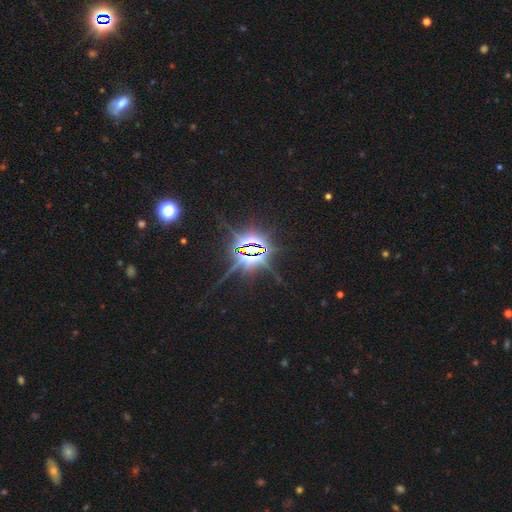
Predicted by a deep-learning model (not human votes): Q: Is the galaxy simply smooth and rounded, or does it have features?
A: star or artifact — 85%.